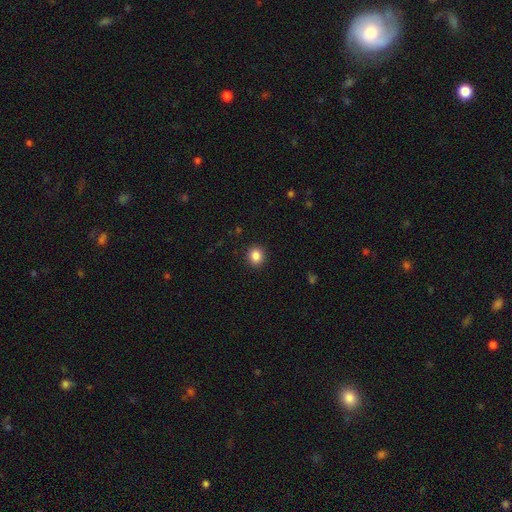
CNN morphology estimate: This appears to be a smooth galaxy with no disk features (86%) that is round (82%). Merging: none (91%).